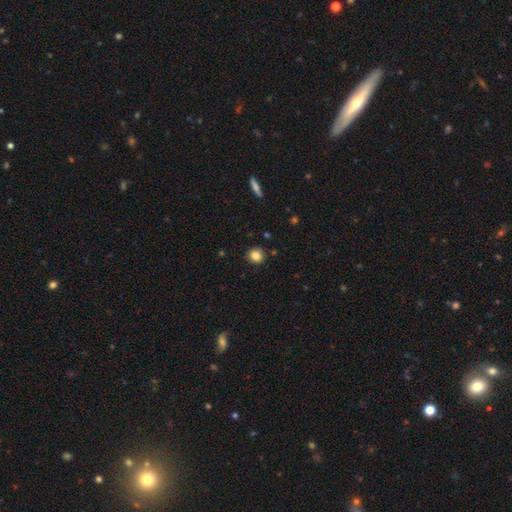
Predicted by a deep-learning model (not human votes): Morphology: type=smooth (83%); roundness=round (86%); merging=none (88%).